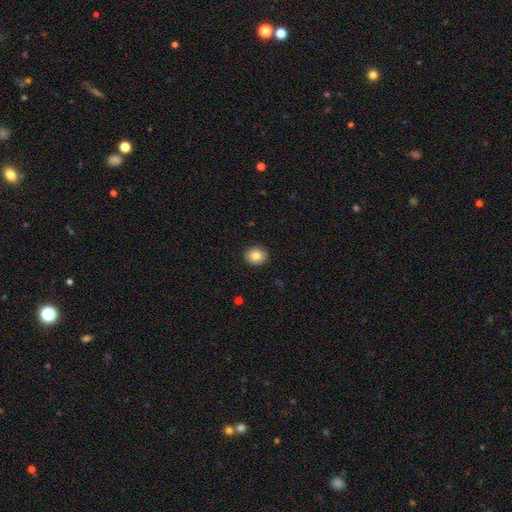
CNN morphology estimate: smooth 84%, star or artifact 9%, featured or disk 7%. Down the decision tree: how rounded — round (64%); merging — none (90%).